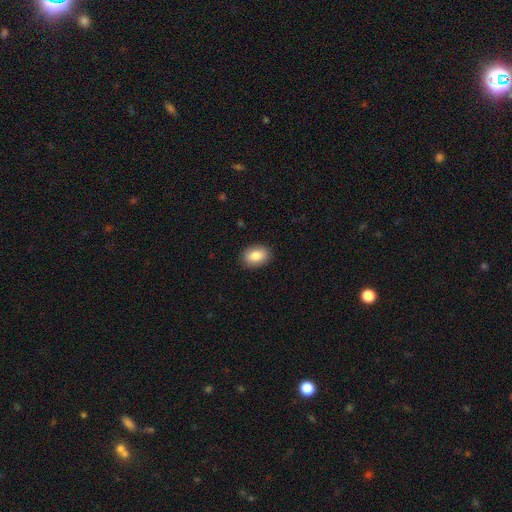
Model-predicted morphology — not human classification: This appears to be a smooth galaxy with no disk features (86%) that is in between round and cigar-shaped (80%). Merging: none (89%).